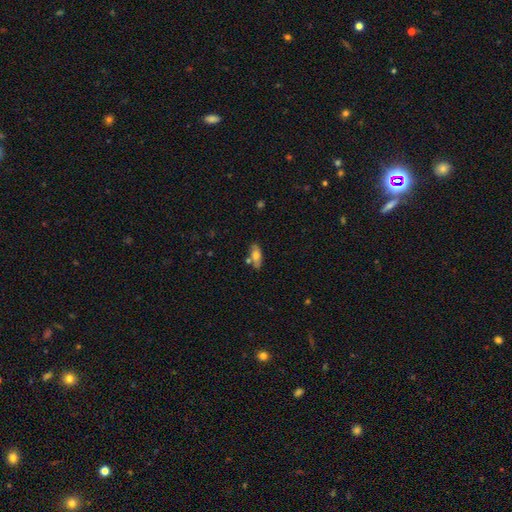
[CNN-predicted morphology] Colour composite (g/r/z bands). It shows a smooth galaxy with no disk features (66%) that is in between round and cigar-shaped (77%). Merging: none (69%).